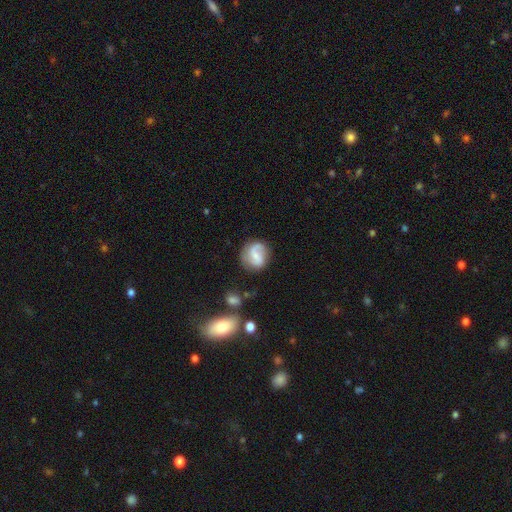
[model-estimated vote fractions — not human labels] Morphology: type=featured or disk (60%); edge-on=no (97%); bar=weak (47%); spiral arms=yes (87%); winding=loose (43%); arm count=2 (73%); bulge=small (50%); merging=none (69%).